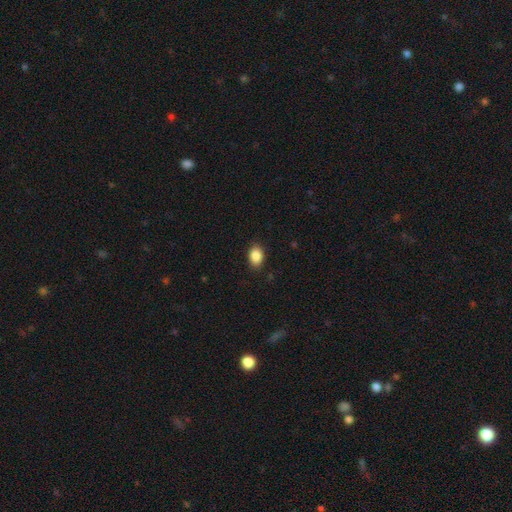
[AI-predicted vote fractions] Q: Smooth or featured?
A: smooth (87%); runner-up: star or artifact (8%)
Q: How rounded?
A: in between (78%); runner-up: round (21%)
Q: Merging?
A: none (88%); runner-up: minor disturbance (9%)